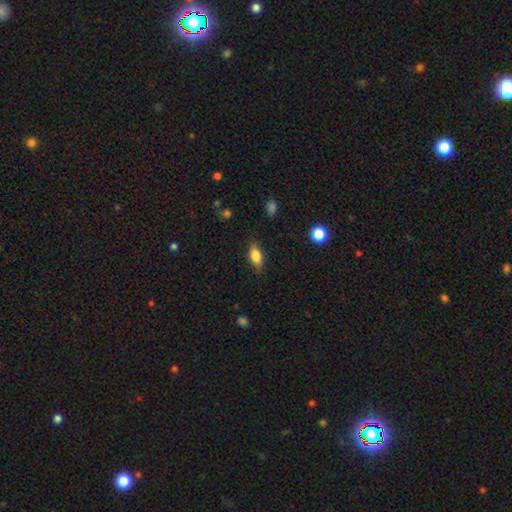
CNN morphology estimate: The model was most divided on "merging": none: 81%, minor disturbance: 15%, major disturbance: 3%, merger: 1%. More confident: how rounded — in between (84%); smooth or featured — smooth (81%).